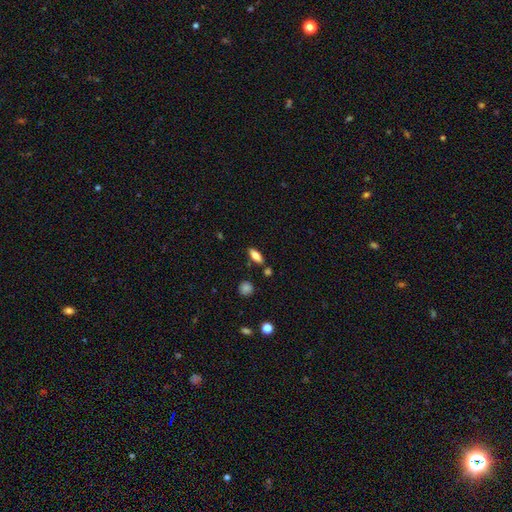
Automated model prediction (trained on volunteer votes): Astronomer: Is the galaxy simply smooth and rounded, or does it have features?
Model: smooth — 71%.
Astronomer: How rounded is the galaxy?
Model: in between — 74%.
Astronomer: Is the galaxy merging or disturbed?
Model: none — 81%.